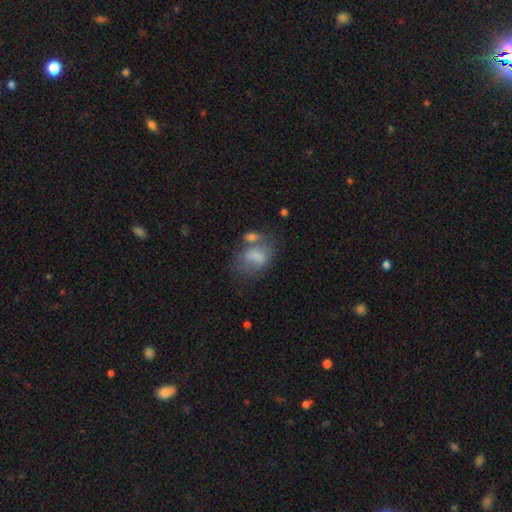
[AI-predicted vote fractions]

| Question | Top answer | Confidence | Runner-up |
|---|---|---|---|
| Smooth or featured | smooth | 67% | featured or disk (23%) |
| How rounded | in between | 73% | round (25%) |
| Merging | merger | 31% | none (27%) |